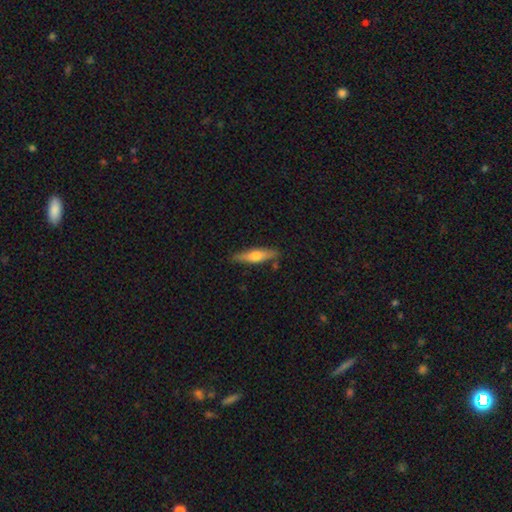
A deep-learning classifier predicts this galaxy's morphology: Smooth or featured? Predicted: smooth (p=0.53). How rounded? Predicted: cigar-shaped (p=0.72). Merging? Predicted: none (p=0.83).